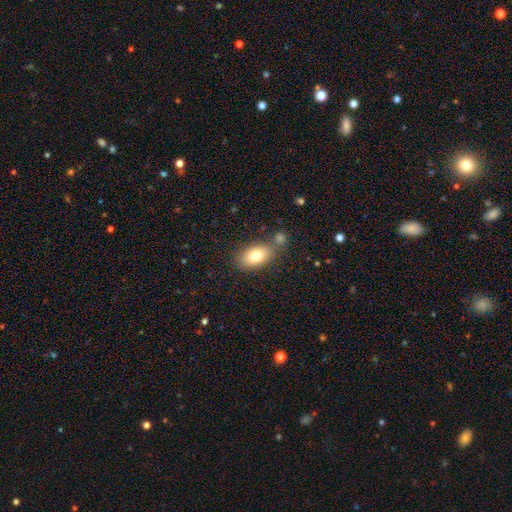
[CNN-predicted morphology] type=smooth (80%); roundness=in between (90%); merging=none (69%).